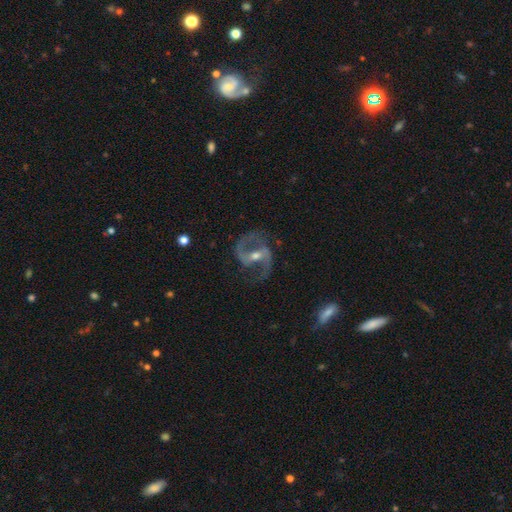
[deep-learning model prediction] smooth_or_featured: featured or disk (p=0.92) [alt: star or artifact p=0.05]
disk_edge_on: no (p=0.97) [alt: yes p=0.03]
bar: strong (p=0.44) [alt: weak p=0.39]
has_spiral_arms: yes (p=0.97) [alt: no p=0.03]
spiral_winding: medium (p=0.58) [alt: loose p=0.31]
spiral_arm_count: 2 (p=0.94) [alt: can't tell p=0.02]
bulge_size: moderate (p=0.55) [alt: small p=0.40]
merging: none (p=0.77) [alt: minor disturbance p=0.13]